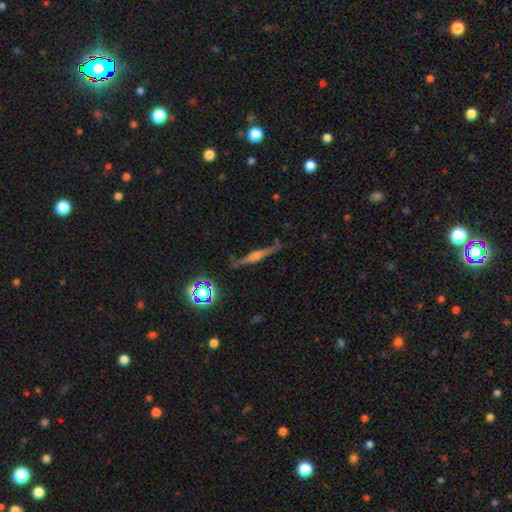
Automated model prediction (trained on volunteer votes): The model was most divided on "smooth or featured": featured or disk: 72%, smooth: 15%, star or artifact: 13%. More confident: edge-on disk — yes (96%); merging — none (84%); edge-on bulge — rounded (77%).